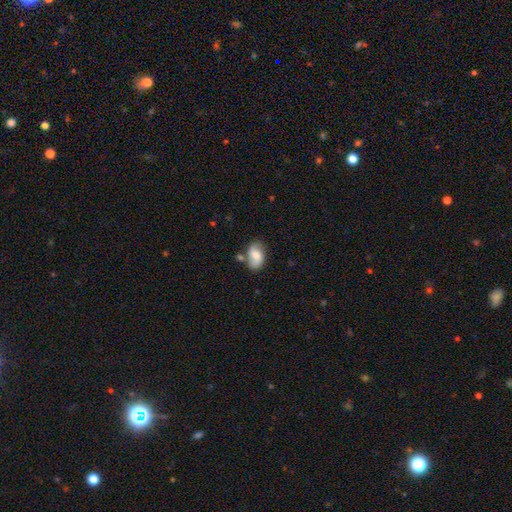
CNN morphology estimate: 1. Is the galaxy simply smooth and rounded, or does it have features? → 51% smooth, 41% featured or disk, 8% star or artifact.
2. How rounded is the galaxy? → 88% in between, 11% round, 2% cigar-shaped.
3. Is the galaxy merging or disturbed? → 57% none, 23% minor disturbance, 13% merger, 7% major disturbance.